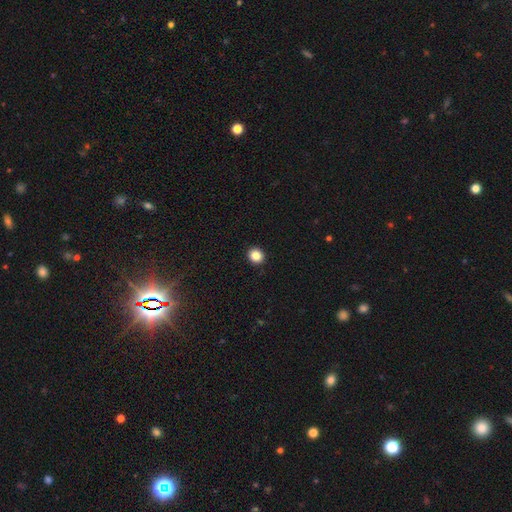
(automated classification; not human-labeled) Morphology: type=smooth (86%); roundness=round (81%); merging=none (93%).